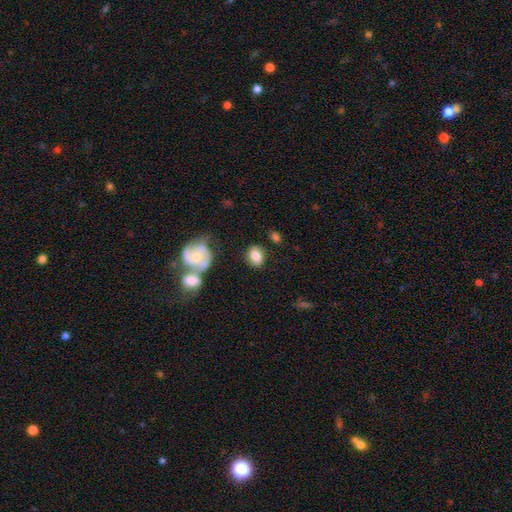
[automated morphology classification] Overall: smooth (75%). How rounded: in between (65%; round 33%). Merging: none (74%).